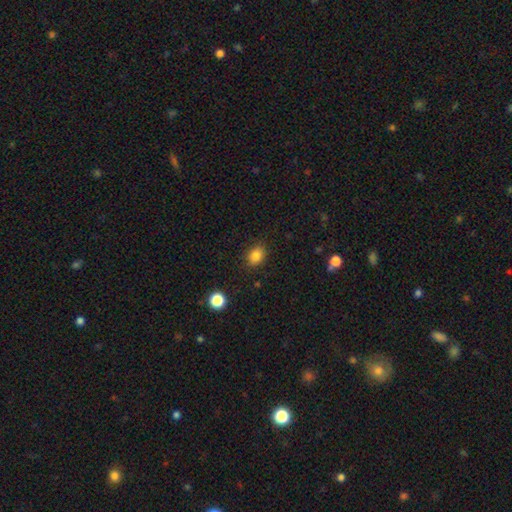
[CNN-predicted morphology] This is clearly a smooth galaxy (84%). How rounded: likely in between (63%). Merging: clearly none (85%).